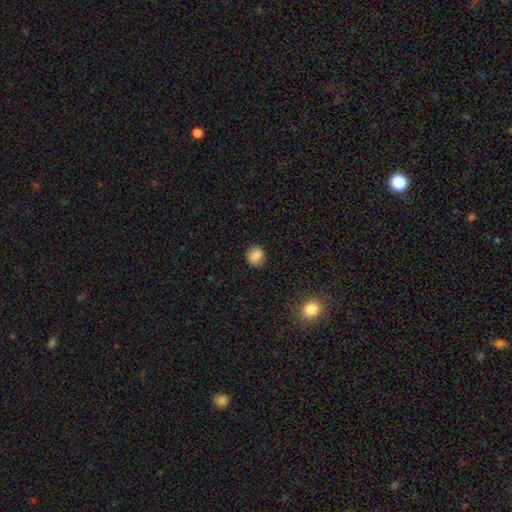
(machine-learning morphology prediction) A smooth galaxy with no disk features (83%) that is round (77%). Merging: none (83%).